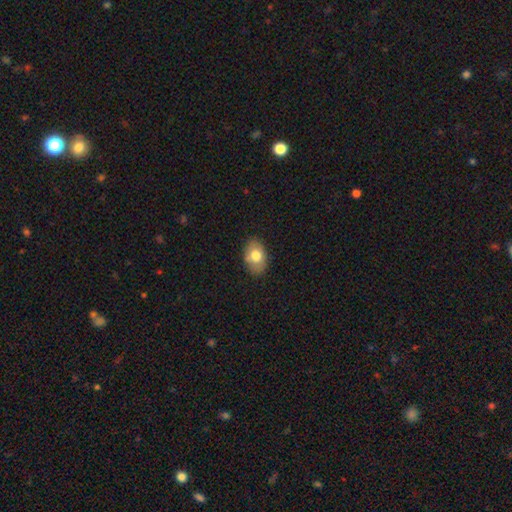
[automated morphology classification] Overall: smooth (75%). How rounded: in between (84%). Merging: none (82%).